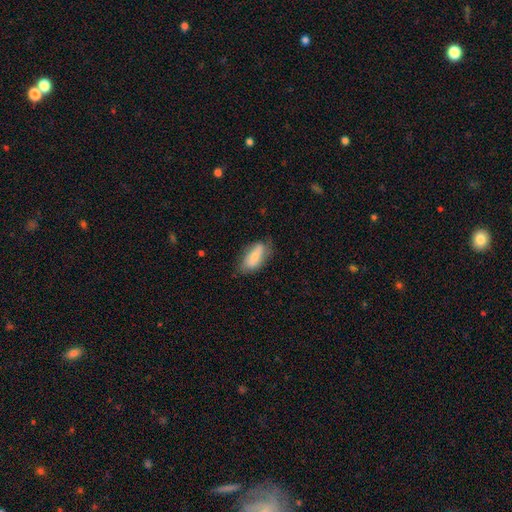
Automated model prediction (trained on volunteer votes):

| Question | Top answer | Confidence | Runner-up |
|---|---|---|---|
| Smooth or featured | smooth | 68% | featured or disk (25%) |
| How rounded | in between | 86% | cigar-shaped (12%) |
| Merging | none | 64% | minor disturbance (27%) |